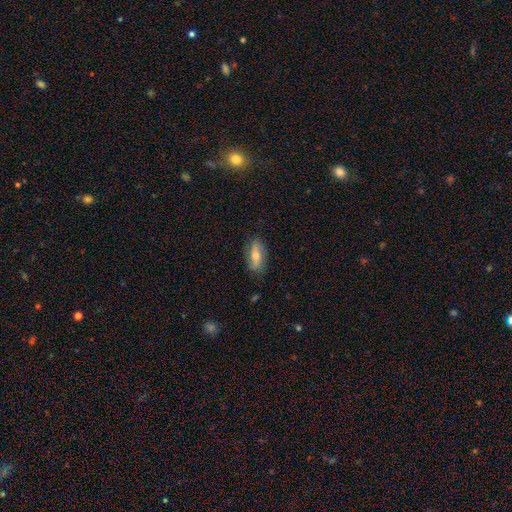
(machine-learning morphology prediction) A smooth galaxy with no disk features (53%) that is in between round and cigar-shaped (78%).

Vote fractions:
- Smooth or featured? smooth: 53% / featured or disk: 40% / star or artifact: 7%
- How rounded? in between: 78% / cigar-shaped: 17% / round: 5%
- Merging? none: 80% / minor disturbance: 15% / major disturbance: 3% / merger: 1%